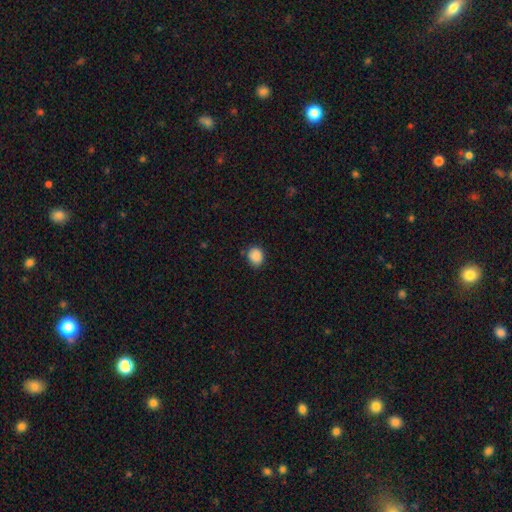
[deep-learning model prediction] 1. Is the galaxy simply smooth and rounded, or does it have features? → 88% smooth, 9% star or artifact, 3% featured or disk.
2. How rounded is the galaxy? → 63% round, 36% in between, 1% cigar-shaped.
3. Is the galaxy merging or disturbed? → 81% none, 15% minor disturbance, 3% major disturbance, 2% merger.